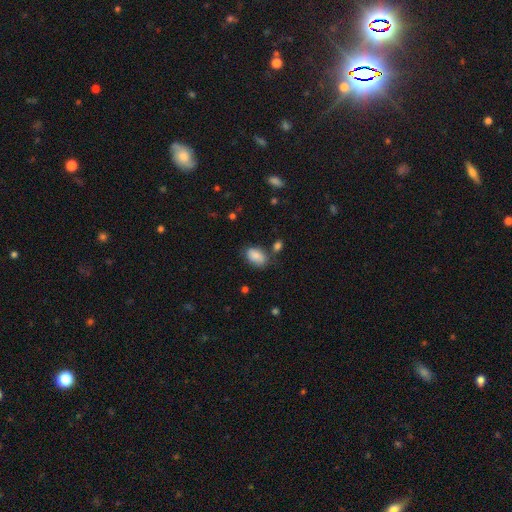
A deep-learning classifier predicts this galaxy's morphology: smooth 85%, star or artifact 7%, featured or disk 7%. Down the decision tree: how rounded — in between (91%); merging — none (66%).